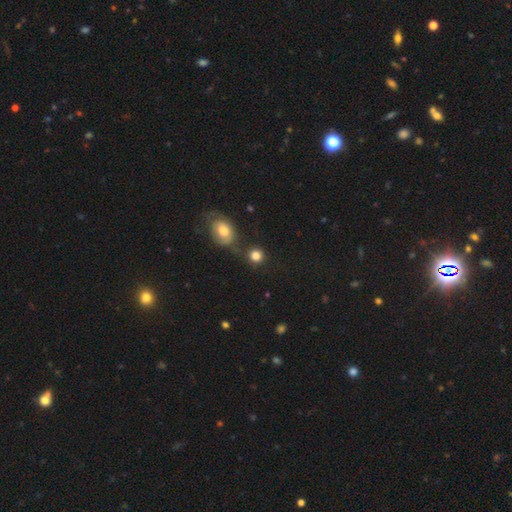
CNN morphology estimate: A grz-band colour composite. It shows a smooth galaxy with no disk features (82%) that is round (89%). Merging: none (72%).